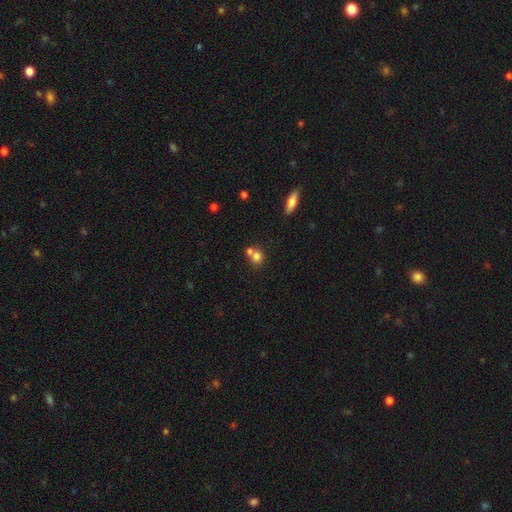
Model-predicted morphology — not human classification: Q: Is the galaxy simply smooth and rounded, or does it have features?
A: smooth — 76%.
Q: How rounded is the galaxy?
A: round — 78%.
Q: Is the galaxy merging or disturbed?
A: merger — 47%.